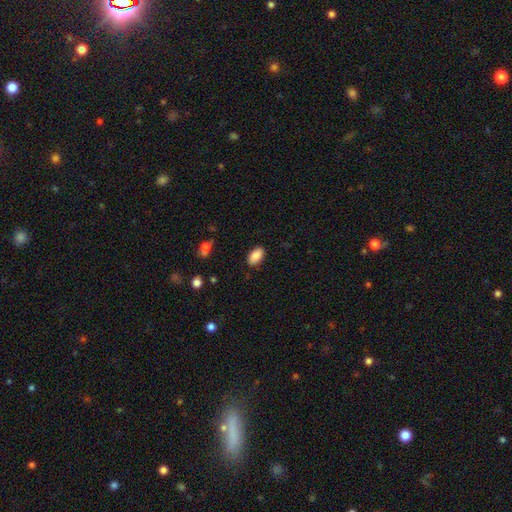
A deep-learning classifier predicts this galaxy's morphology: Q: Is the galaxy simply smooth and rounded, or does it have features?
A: smooth — 88%.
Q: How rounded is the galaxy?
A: in between — 93%.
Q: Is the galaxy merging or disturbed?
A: none — 87%.